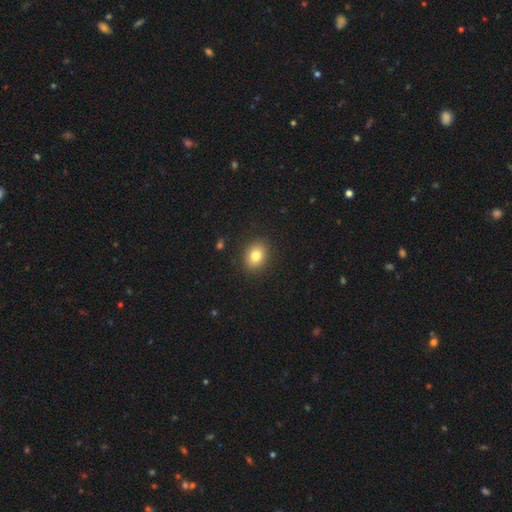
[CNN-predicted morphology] This appears to be a smooth galaxy with no disk features (82%) that is in between round and cigar-shaped (56%). Merging: none (89%).